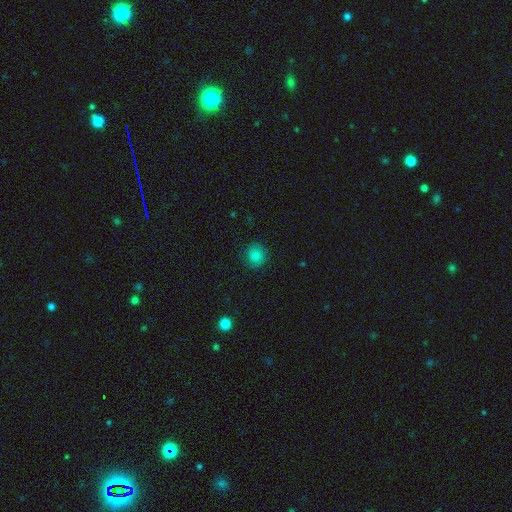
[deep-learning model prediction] This is clearly a smooth galaxy (83%). How rounded: clearly round (87%). Merging: clearly none (83%).